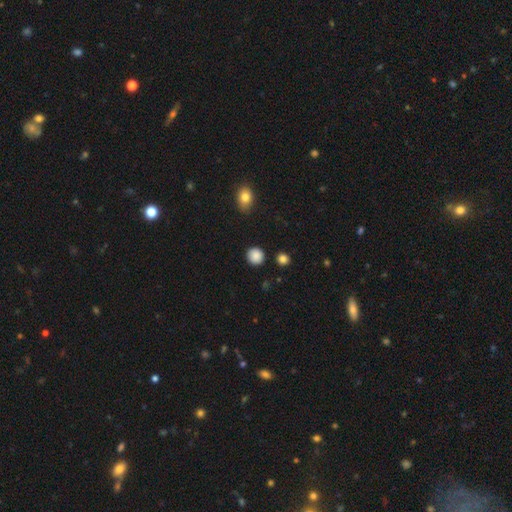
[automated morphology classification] Smooth or featured? smooth (88%)
How rounded? round (88%)
Merging? none (89%)